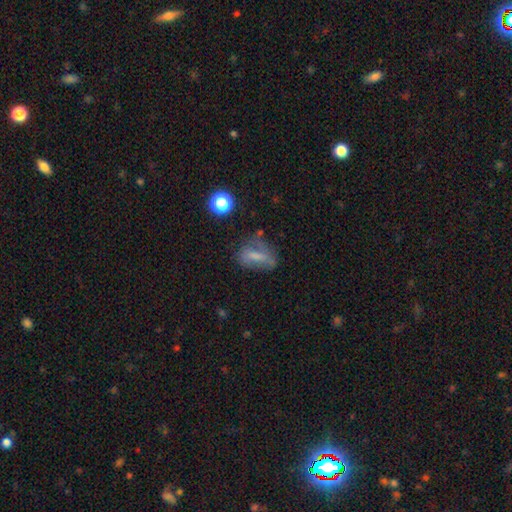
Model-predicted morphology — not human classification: Smooth or featured: smooth — 51% (featured or disk — 34%)
How rounded: in between — 64% (cigar-shaped — 19%)
Merging: none — 46% (minor disturbance — 27%)